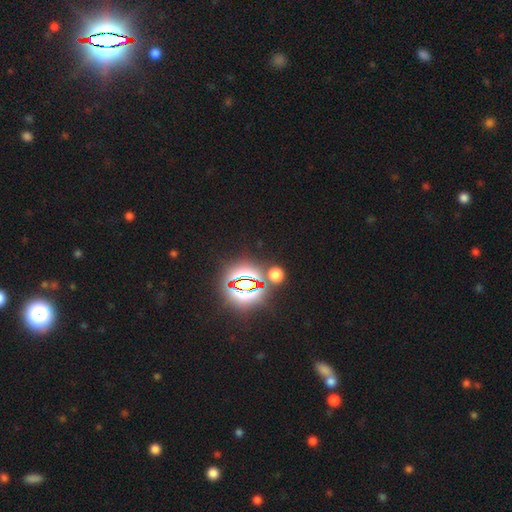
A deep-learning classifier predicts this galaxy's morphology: Smooth or featured? star or artifact (83%)